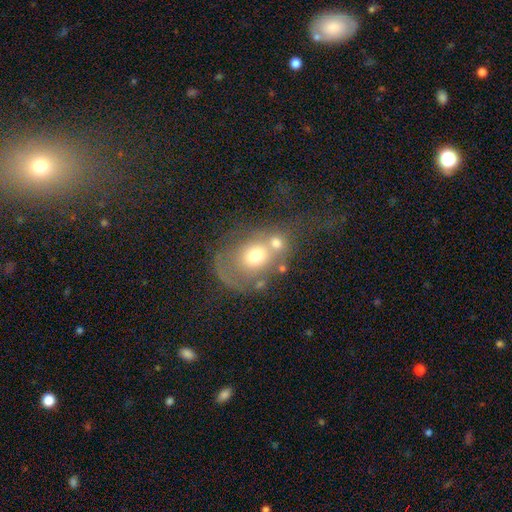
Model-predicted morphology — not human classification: The model was most divided on "how rounded": round: 53%, in between: 46%, cigar-shaped: 1%. Remaining: smooth or featured — smooth (52%); merging — merger (49%).